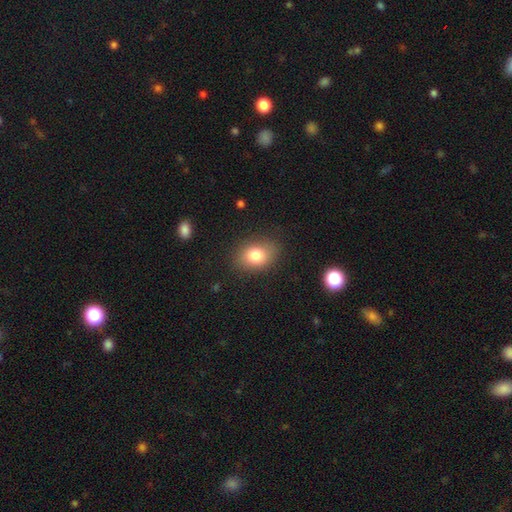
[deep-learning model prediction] smooth 80%, star or artifact 10%, featured or disk 10%. Down the decision tree: how rounded — in between (68%); merging — none (83%).